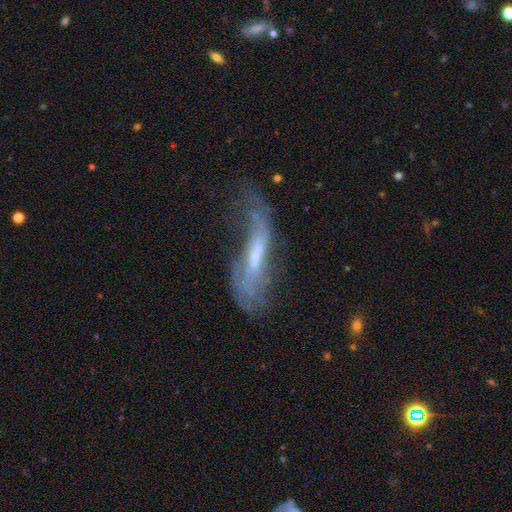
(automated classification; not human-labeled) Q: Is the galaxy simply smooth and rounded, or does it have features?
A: featured or disk — 62%.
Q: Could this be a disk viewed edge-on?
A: no — 65%.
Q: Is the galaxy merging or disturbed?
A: major disturbance — 40%.